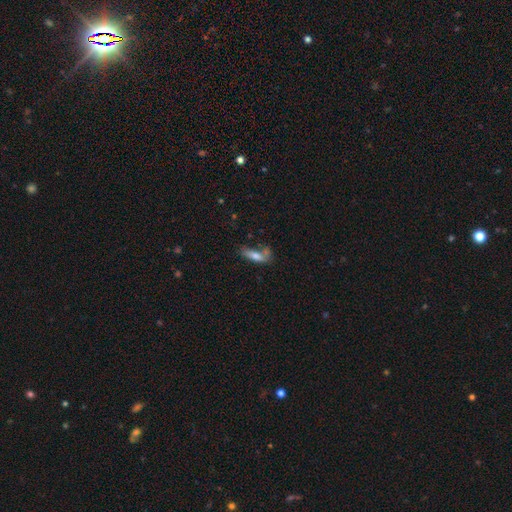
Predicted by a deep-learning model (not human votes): smooth-or-featured: smooth: 64% | featured or disk: 27% | star or artifact: 9%
  how-rounded: in between: 49% | cigar-shaped: 48% | round: 3%
  merging: none: 41% | minor disturbance: 23% | merger: 20% | major disturbance: 16%